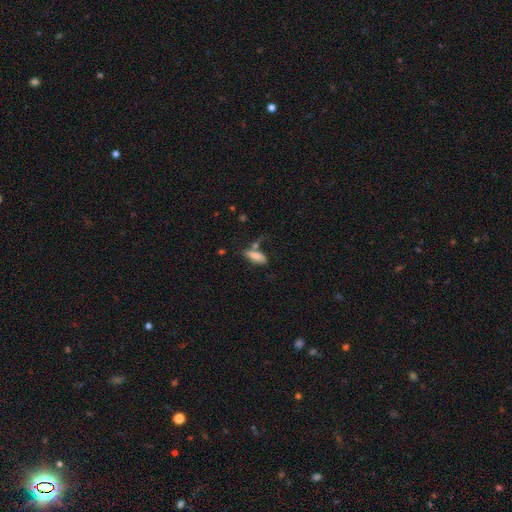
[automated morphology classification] type=smooth (77%); roundness=in between (66%); merging=none (47%).